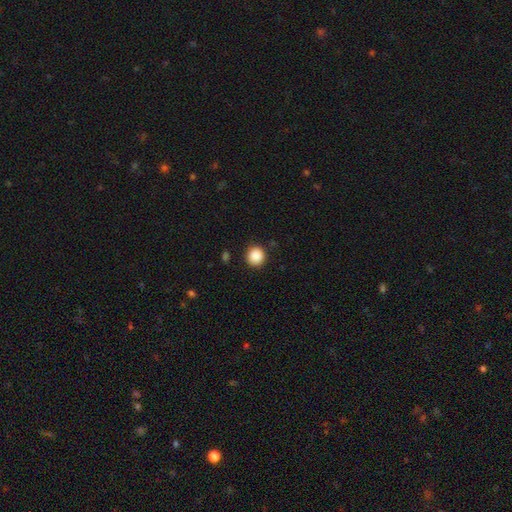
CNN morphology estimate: This is clearly a smooth galaxy (89%). How rounded: clearly round (91%). Merging: clearly none (89%).